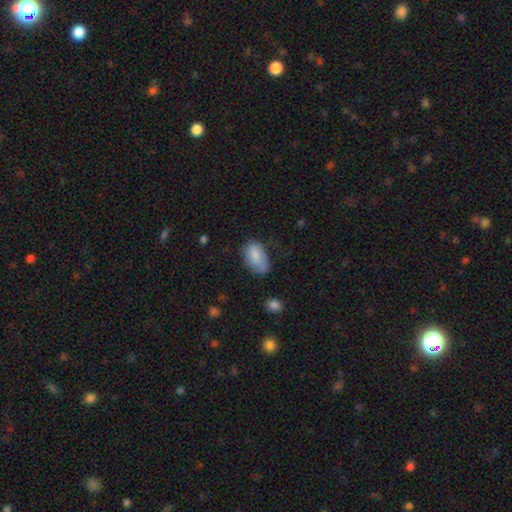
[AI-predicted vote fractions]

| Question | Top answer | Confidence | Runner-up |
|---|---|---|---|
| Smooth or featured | smooth | 82% | featured or disk (11%) |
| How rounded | in between | 92% | round (6%) |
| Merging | none | 50% | minor disturbance (34%) |